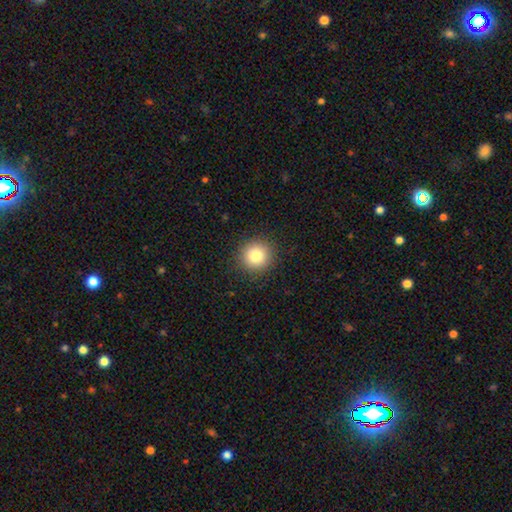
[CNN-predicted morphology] smooth_or_featured: smooth (p=0.83) [alt: star or artifact p=0.10]
how_rounded: round (p=0.93) [alt: in between p=0.06]
merging: none (p=0.91) [alt: minor disturbance p=0.06]